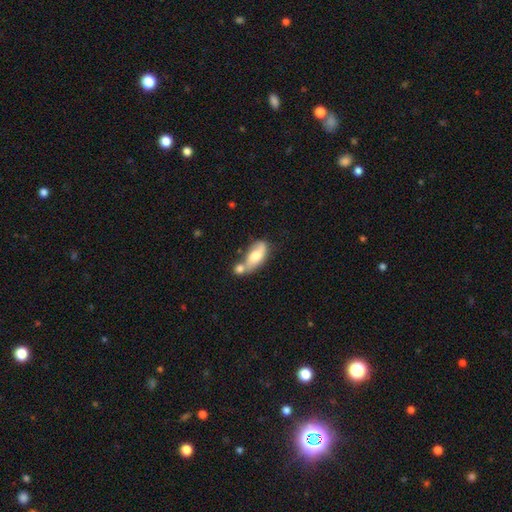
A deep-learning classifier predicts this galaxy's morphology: smooth 60%, featured or disk 33%, star or artifact 7%. Down the decision tree: how rounded — in between (81%); merging — merger (49%).